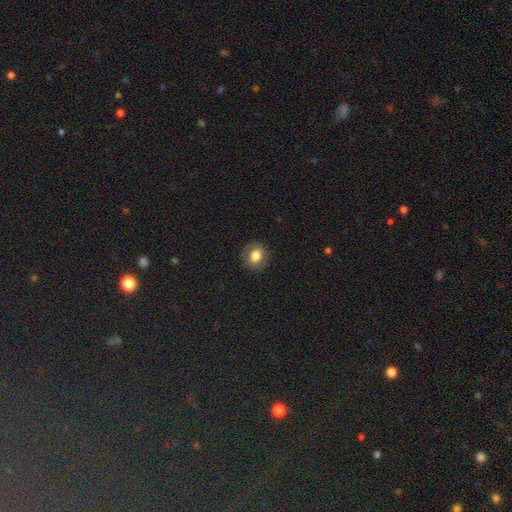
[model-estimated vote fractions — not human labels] Smooth or featured? smooth (79%)
How rounded? round (71%)
Merging? none (88%)